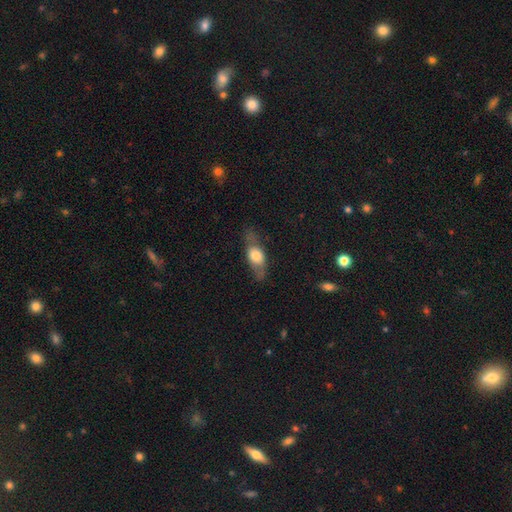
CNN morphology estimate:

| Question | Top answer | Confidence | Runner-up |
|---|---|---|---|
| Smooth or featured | smooth | 54% | featured or disk (39%) |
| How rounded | in between | 61% | cigar-shaped (27%) |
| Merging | none | 68% | minor disturbance (20%) |